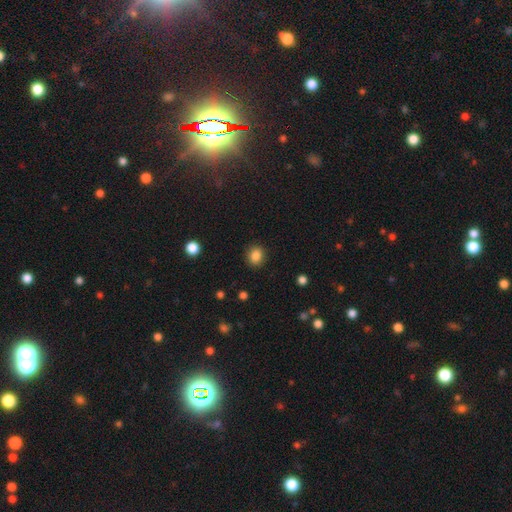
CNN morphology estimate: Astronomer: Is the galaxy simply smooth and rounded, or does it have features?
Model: smooth — 86%.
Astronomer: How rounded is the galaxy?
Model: round — 75%.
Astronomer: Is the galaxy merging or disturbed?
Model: none — 89%.